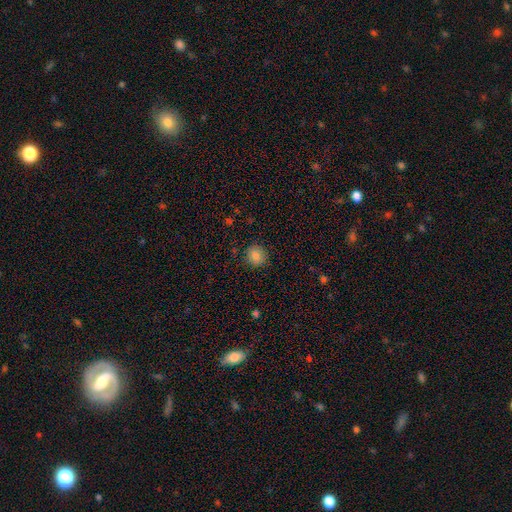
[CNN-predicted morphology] The model was most divided on "how rounded": round: 82%, in between: 17%, cigar-shaped: 1%. More confident: merging — none (87%); smooth or featured — smooth (84%).